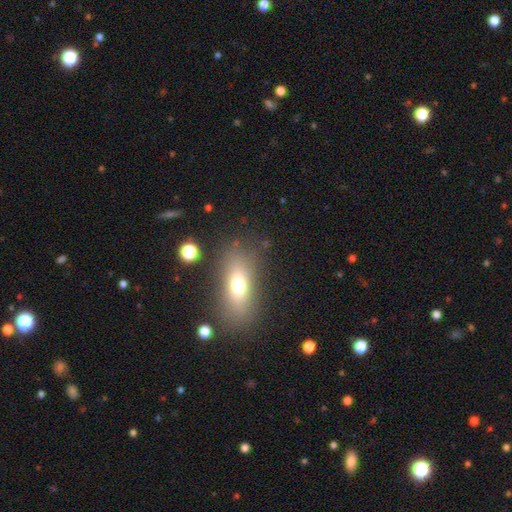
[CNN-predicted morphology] A smooth galaxy with no disk features (61%) that is in between round and cigar-shaped (72%). Merging: none (81%).